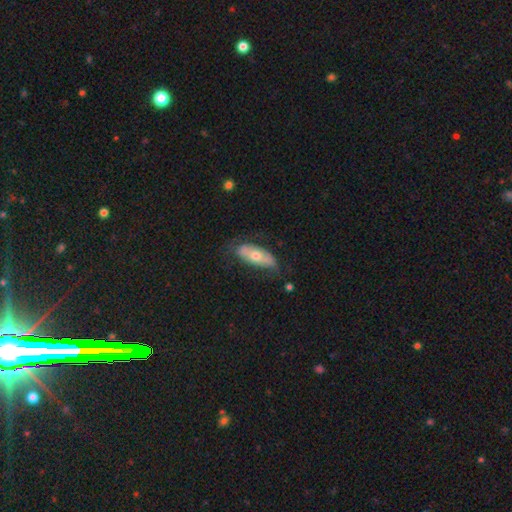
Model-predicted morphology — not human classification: smooth 54%, featured or disk 40%, star or artifact 6%. Down the decision tree: how rounded — in between (74%); merging — none (62%).